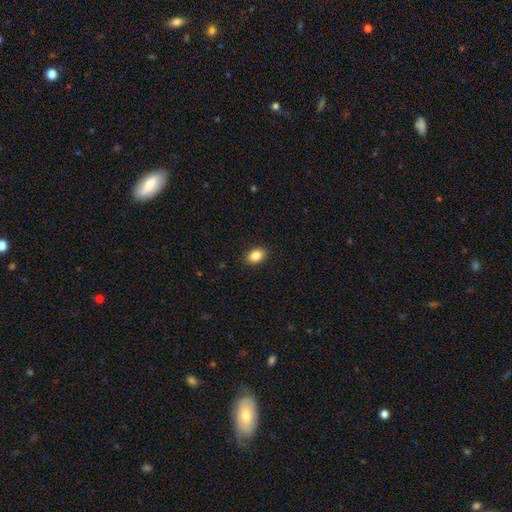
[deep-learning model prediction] A smooth galaxy with no disk features (85%) that is in between round and cigar-shaped (81%). Merging: none (89%).